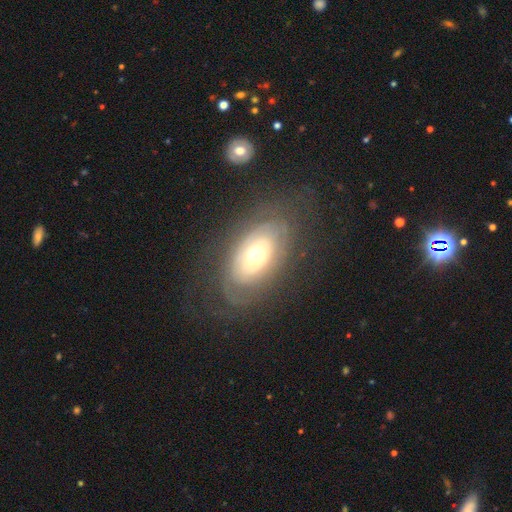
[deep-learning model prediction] Morphology: type=featured or disk (68%); edge-on=no (92%); bar=no (87%); spiral arms=yes (60%); bulge=moderate (68%); merging=none (70%).